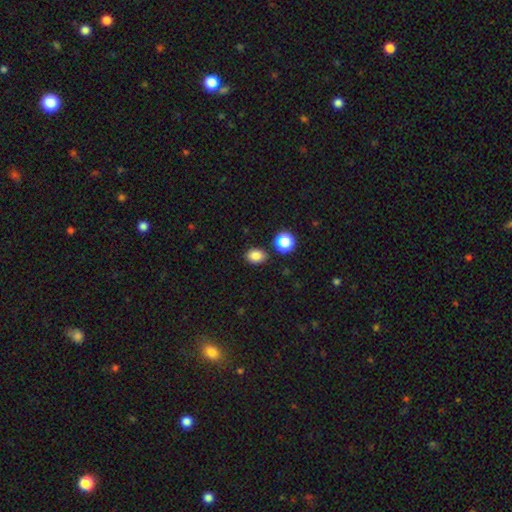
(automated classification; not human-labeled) The model was most divided on "how rounded": in between: 65%, round: 34%, cigar-shaped: 1%. More confident: smooth or featured — smooth (84%); merging — none (84%).